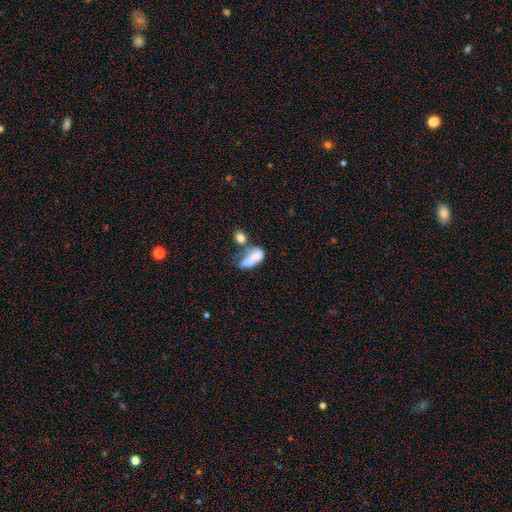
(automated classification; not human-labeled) Morphology: type=smooth (62%); roundness=in between (76%); merging=merger (48%).